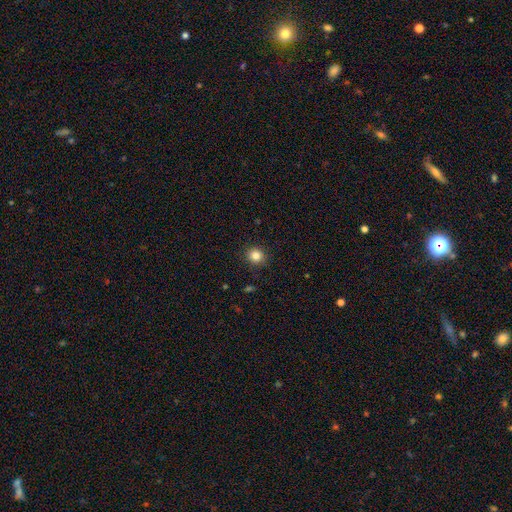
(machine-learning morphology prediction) A smooth galaxy with no disk features (84%) that is round (87%). Merging: none (91%).